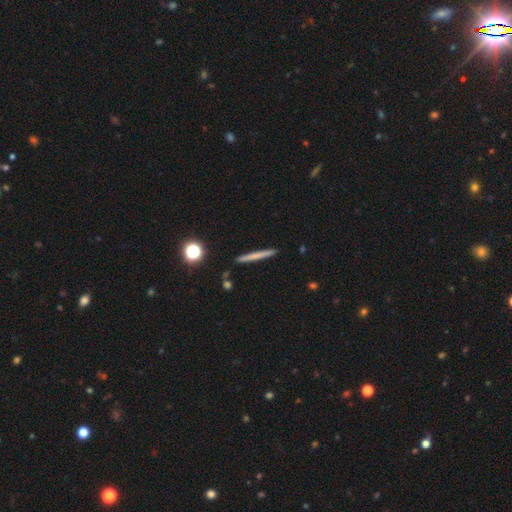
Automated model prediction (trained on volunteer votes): The model was most divided on "smooth or featured": smooth: 59%, featured or disk: 33%, star or artifact: 7%. More confident: how rounded — cigar-shaped (96%); merging — none (92%).